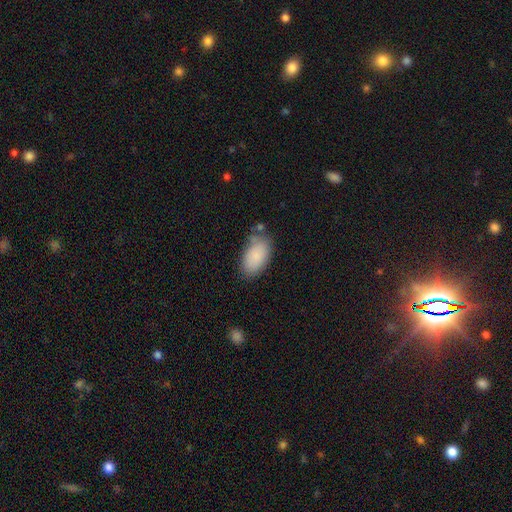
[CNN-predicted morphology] The model was most divided on "merging": none: 68%, minor disturbance: 20%, merger: 6%, major disturbance: 6%. More confident: how rounded — in between (95%); smooth or featured — smooth (86%).